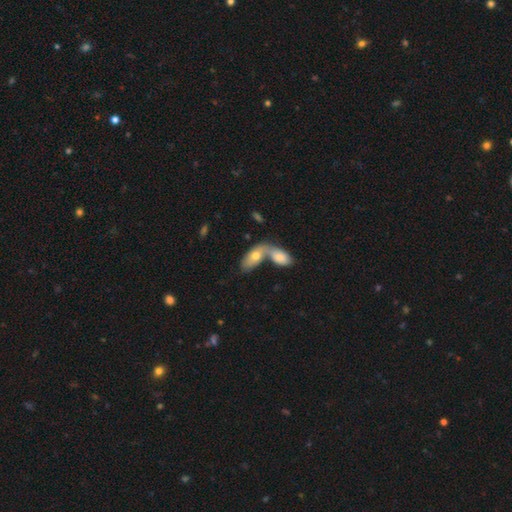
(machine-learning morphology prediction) This is marginally a smooth galaxy (42%). Merging: possibly merger (52%).